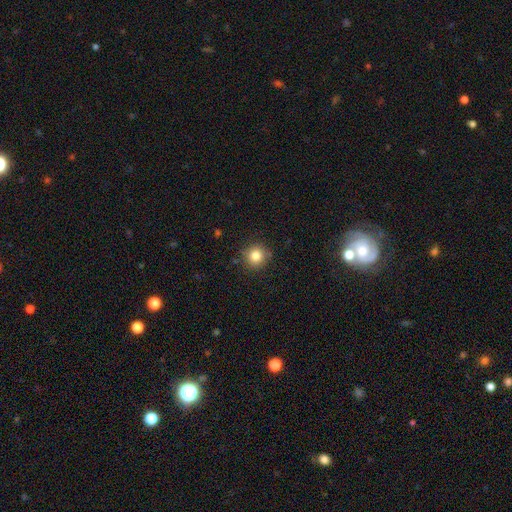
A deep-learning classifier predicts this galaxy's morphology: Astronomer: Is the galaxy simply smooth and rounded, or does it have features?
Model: smooth — 82%.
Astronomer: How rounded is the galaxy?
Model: round — 93%.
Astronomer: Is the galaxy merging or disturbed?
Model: none — 86%.